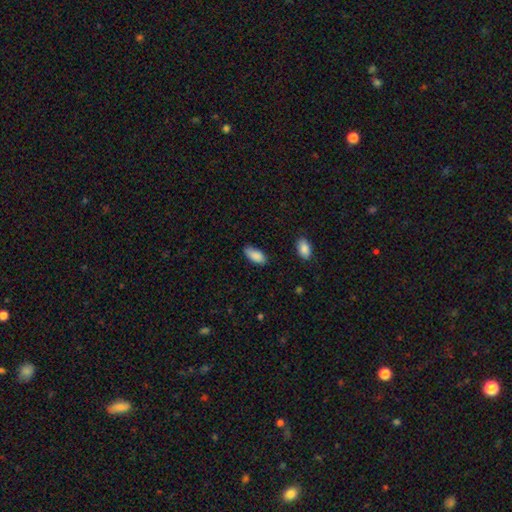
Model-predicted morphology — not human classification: Smooth or featured: smooth — 88% (star or artifact — 7%)
How rounded: in between — 91% (cigar-shaped — 7%)
Merging: none — 77% (minor disturbance — 18%)